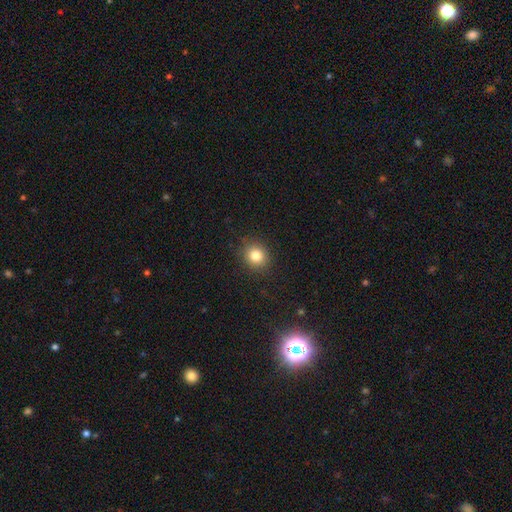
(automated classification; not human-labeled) smooth 82%, star or artifact 12%, featured or disk 6%. Down the decision tree: how rounded — round (81%); merging — none (89%).